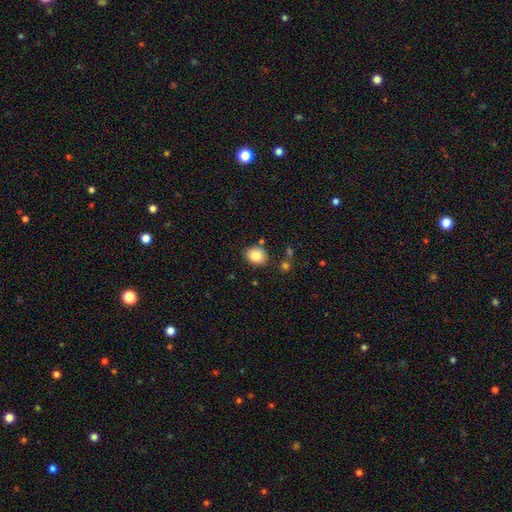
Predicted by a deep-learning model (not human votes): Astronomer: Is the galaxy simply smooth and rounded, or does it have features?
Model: smooth — 82%.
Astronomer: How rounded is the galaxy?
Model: round — 56% (runner-up: in between, 44%).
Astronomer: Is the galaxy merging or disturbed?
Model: none — 83%.